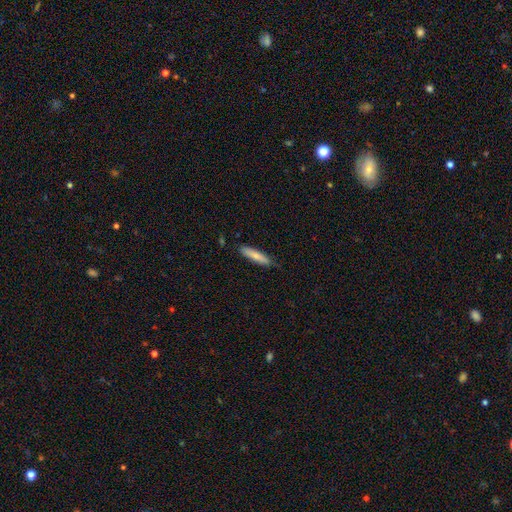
Morphology: type=smooth (86%); roundness=cigar-shaped (78%); merging=none (69%).